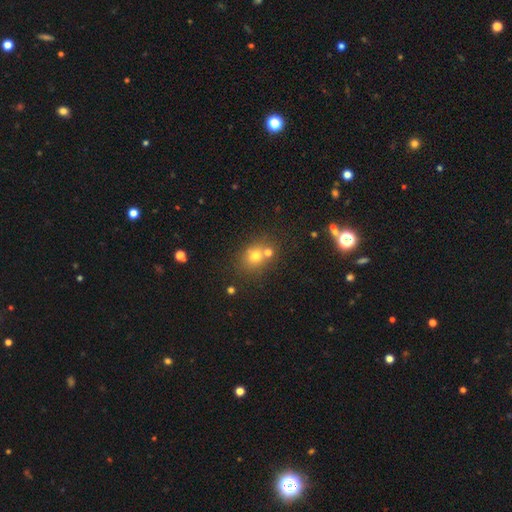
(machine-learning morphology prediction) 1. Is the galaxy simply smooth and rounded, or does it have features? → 70% smooth, 17% star or artifact, 14% featured or disk.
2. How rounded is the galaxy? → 65% round, 34% in between, 1% cigar-shaped.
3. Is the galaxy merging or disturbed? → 59% none, 26% merger, 11% minor disturbance, 4% major disturbance.